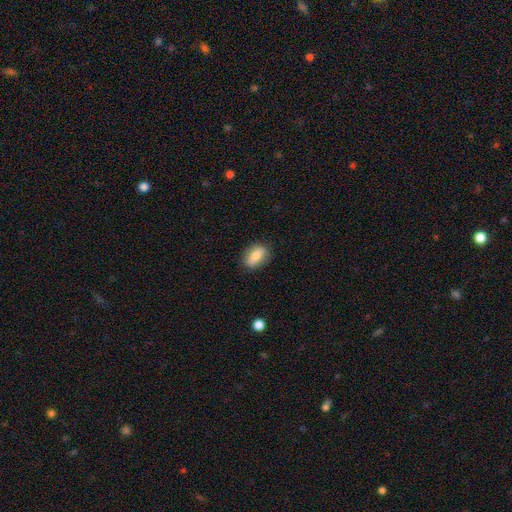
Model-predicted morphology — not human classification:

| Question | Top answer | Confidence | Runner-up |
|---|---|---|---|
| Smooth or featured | smooth | 74% | featured or disk (19%) |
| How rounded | in between | 80% | round (14%) |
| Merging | none | 84% | minor disturbance (12%) |